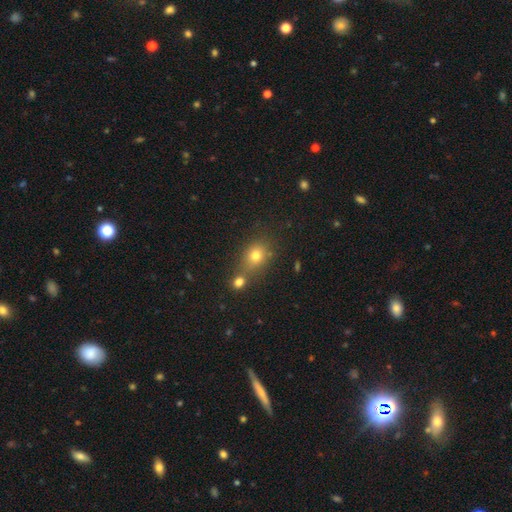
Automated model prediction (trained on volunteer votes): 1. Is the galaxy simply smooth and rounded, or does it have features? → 75% smooth, 15% star or artifact, 10% featured or disk.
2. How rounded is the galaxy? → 57% round, 41% in between, 1% cigar-shaped.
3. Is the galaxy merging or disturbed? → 56% none, 28% merger, 12% minor disturbance, 5% major disturbance.